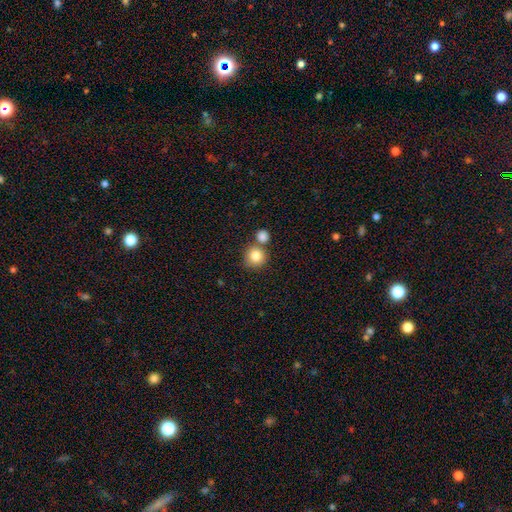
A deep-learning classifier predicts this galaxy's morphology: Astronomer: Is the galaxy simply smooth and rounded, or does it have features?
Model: smooth — 84%.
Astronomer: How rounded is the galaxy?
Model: round — 90%.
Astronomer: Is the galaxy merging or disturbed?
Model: none — 62%.